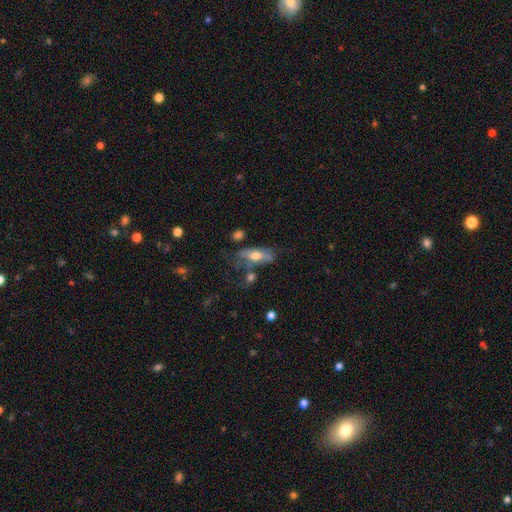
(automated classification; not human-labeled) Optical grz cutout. It shows a smooth galaxy with no disk features (48%). Merging: none (44%).